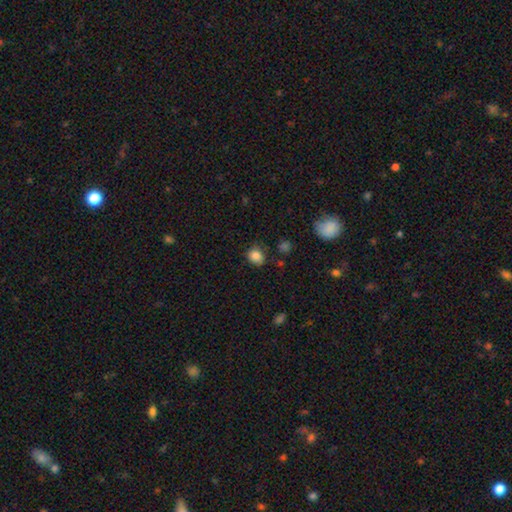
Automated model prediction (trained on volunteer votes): Morphology: type=smooth (84%); roundness=round (67%); merging=none (73%).